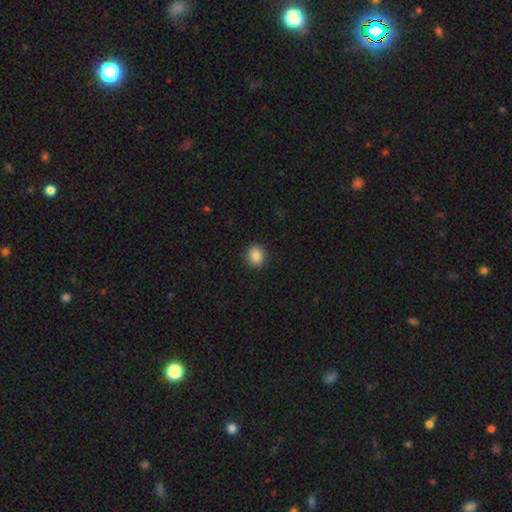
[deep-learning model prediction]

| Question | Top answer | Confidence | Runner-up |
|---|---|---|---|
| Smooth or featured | smooth | 87% | star or artifact (9%) |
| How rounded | round | 82% | in between (17%) |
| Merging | none | 90% | minor disturbance (7%) |